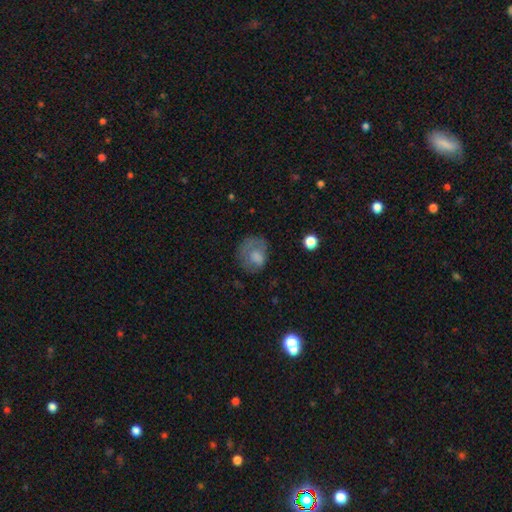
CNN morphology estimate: smooth-or-featured: smooth: 67% | featured or disk: 23% | star or artifact: 10%
  how-rounded: round: 60% | in between: 39% | cigar-shaped: 1%
  merging: none: 42% | major disturbance: 29% | minor disturbance: 26% | merger: 2%